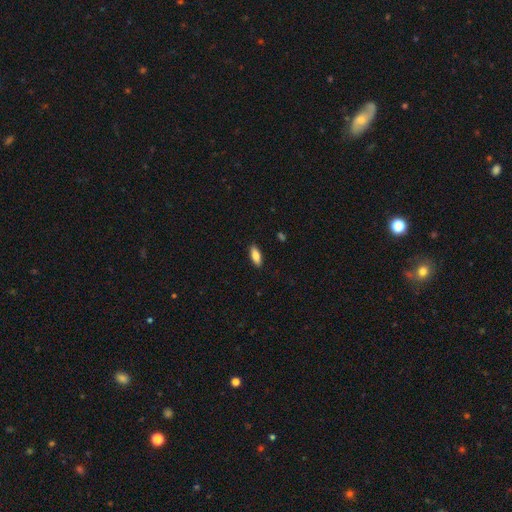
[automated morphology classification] Smooth or featured? smooth (82%)
How rounded? in between (76%)
Merging? none (89%)